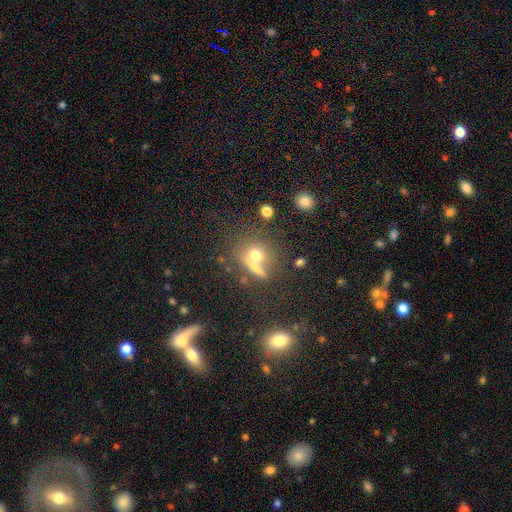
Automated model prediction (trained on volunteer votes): This is likely a smooth galaxy (65%). How rounded: likely round (71%). Merging: possibly none (50%).